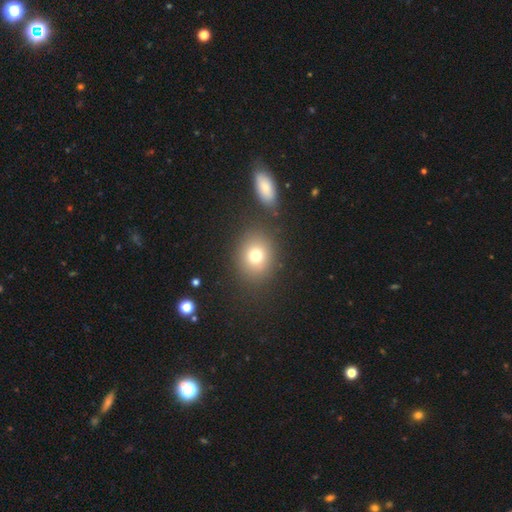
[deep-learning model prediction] Q: Smooth or featured?
A: smooth (76%); runner-up: star or artifact (13%)
Q: How rounded?
A: round (62%); runner-up: in between (37%)
Q: Merging?
A: none (79%); runner-up: minor disturbance (10%)